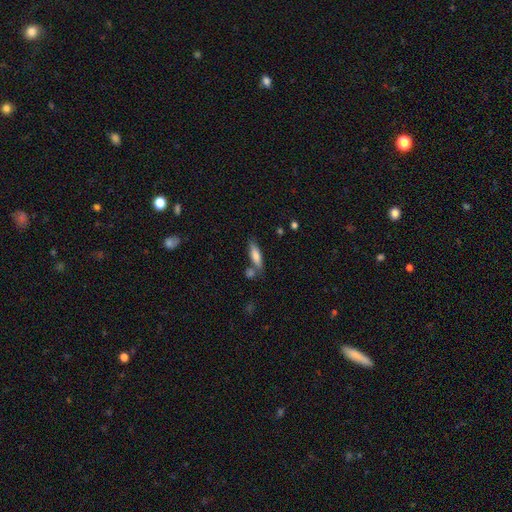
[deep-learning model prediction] A smooth galaxy with no disk features (74%) that is cigar-shaped (60%).

Vote fractions:
- Smooth or featured? smooth: 74% / featured or disk: 20% / star or artifact: 7%
- How rounded? cigar-shaped: 60% / in between: 38% / round: 2%
- Merging? none: 68% / merger: 15% / minor disturbance: 14% / major disturbance: 4%